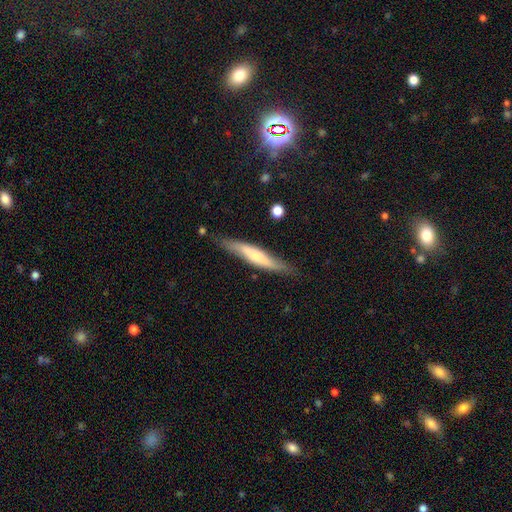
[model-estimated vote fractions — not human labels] smooth-or-featured: smooth: 50% | featured or disk: 45% | star or artifact: 5%
  how-rounded: cigar-shaped: 90% | in between: 9% | round: 1%
  merging: none: 79% | minor disturbance: 16% | major disturbance: 3% | merger: 2%